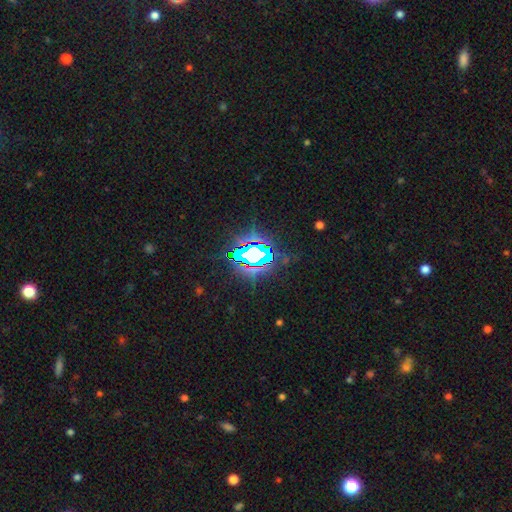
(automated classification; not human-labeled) Smooth or featured? star or artifact (74%)